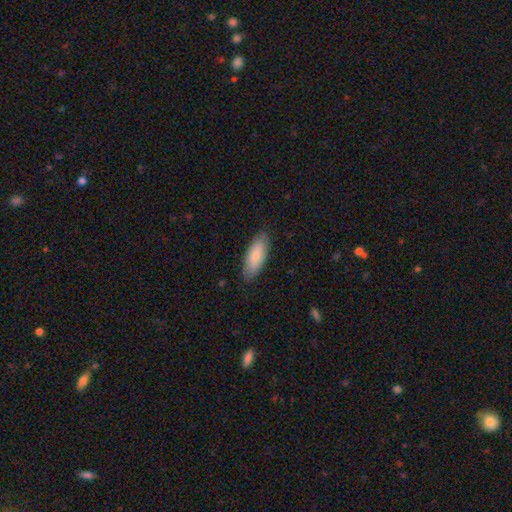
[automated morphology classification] Q: Smooth or featured?
A: smooth (79%); runner-up: featured or disk (16%)
Q: How rounded?
A: in between (79%); runner-up: cigar-shaped (19%)
Q: Merging?
A: none (84%); runner-up: minor disturbance (13%)